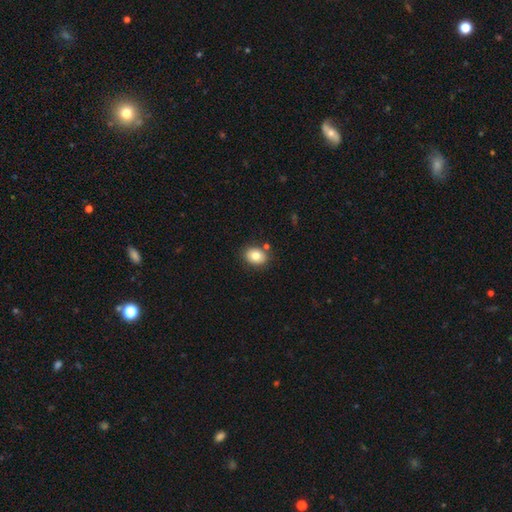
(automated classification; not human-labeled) Smooth or featured?
  - smooth: 79% *
  - featured or disk: 11%
  - star or artifact: 9%
How rounded?
  - in between: 57% *
  - round: 42%
  - cigar-shaped: 1%
Merging?
  - none: 82% *
  - minor disturbance: 10%
  - merger: 5%
  - major disturbance: 3%